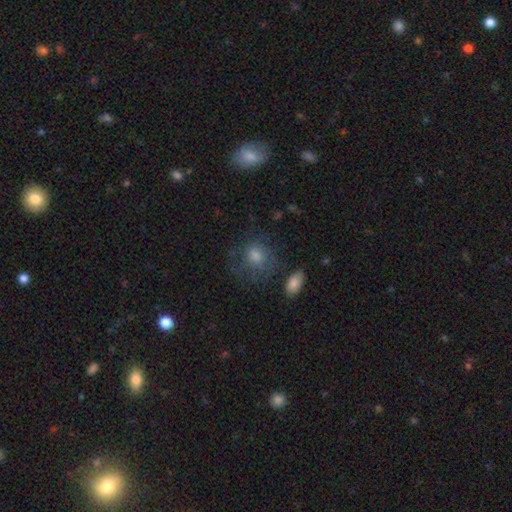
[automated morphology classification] Smooth or featured? smooth (61%)
How rounded? round (74%)
Merging? none (62%)